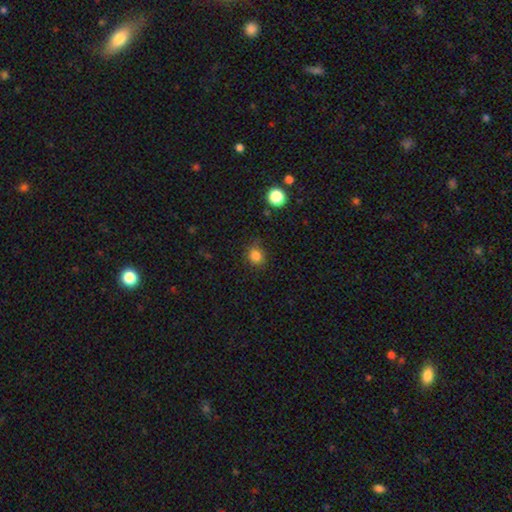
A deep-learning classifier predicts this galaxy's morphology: smooth-or-featured: smooth: 82% | star or artifact: 14% | featured or disk: 5%
  how-rounded: round: 78% | in between: 21% | cigar-shaped: 1%
  merging: none: 79% | minor disturbance: 16% | major disturbance: 4% | merger: 2%